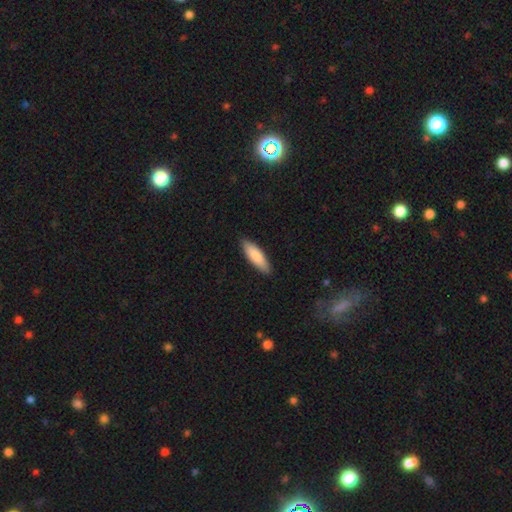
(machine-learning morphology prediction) A smooth galaxy with no disk features (85%) that is cigar-shaped (51%).

Vote fractions:
- Smooth or featured? smooth: 85% / featured or disk: 9% / star or artifact: 5%
- How rounded? cigar-shaped: 51% / in between: 48% / round: 1%
- Merging? none: 88% / minor disturbance: 9% / major disturbance: 2% / merger: 1%